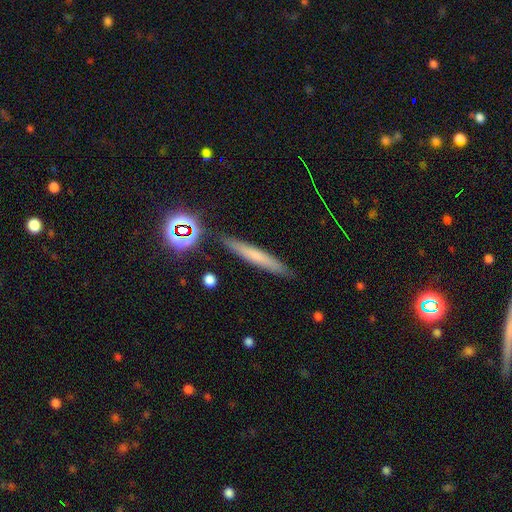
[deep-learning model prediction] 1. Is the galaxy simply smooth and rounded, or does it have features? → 59% smooth, 30% featured or disk, 11% star or artifact.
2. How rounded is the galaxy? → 94% cigar-shaped, 4% in between, 2% round.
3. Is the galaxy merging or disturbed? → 88% none, 8% minor disturbance, 2% merger, 2% major disturbance.